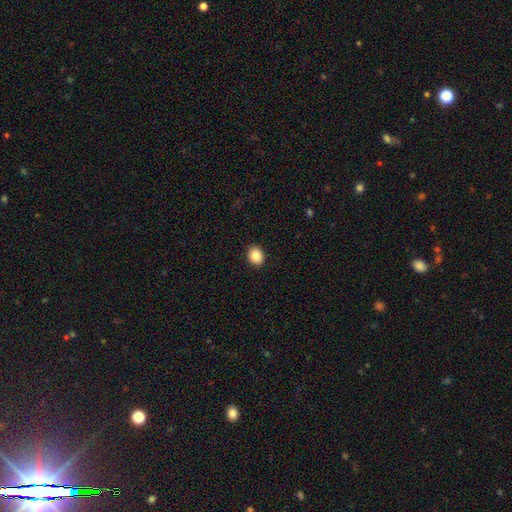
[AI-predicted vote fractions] A smooth galaxy with no disk features (86%) that is round (59%).

Vote fractions:
- Smooth or featured? smooth: 86% / star or artifact: 9% / featured or disk: 5%
- How rounded? round: 59% / in between: 40% / cigar-shaped: 1%
- Merging? none: 92% / minor disturbance: 6% / major disturbance: 2% / merger: 1%